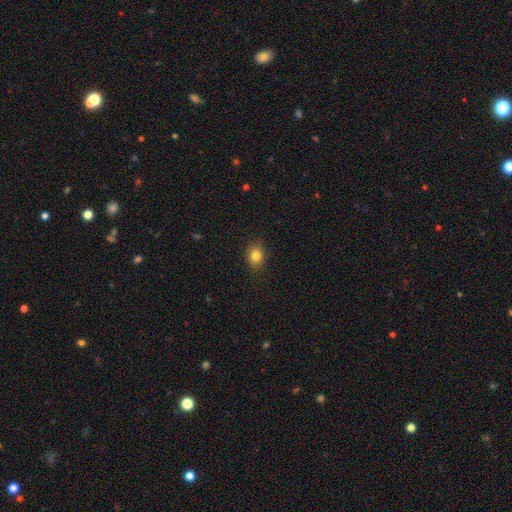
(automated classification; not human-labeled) smooth 82%, star or artifact 11%, featured or disk 6%. Down the decision tree: how rounded — in between (51%); merging — none (87%).